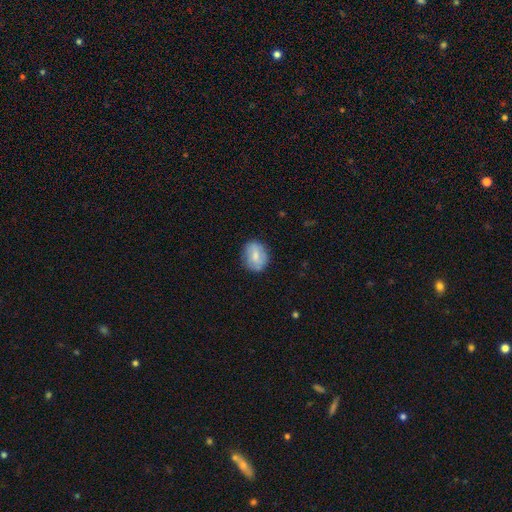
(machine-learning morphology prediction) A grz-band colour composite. It shows a smooth galaxy with no disk features (67%) that is in between round and cigar-shaped (54%). Merging: none (77%).